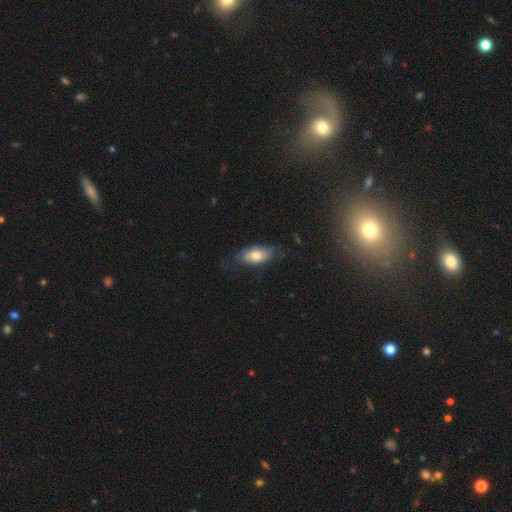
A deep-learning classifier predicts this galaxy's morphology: Q: Smooth or featured?
A: smooth (68%); runner-up: featured or disk (25%)
Q: How rounded?
A: in between (88%); runner-up: cigar-shaped (7%)
Q: Merging?
A: none (63%); runner-up: minor disturbance (26%)